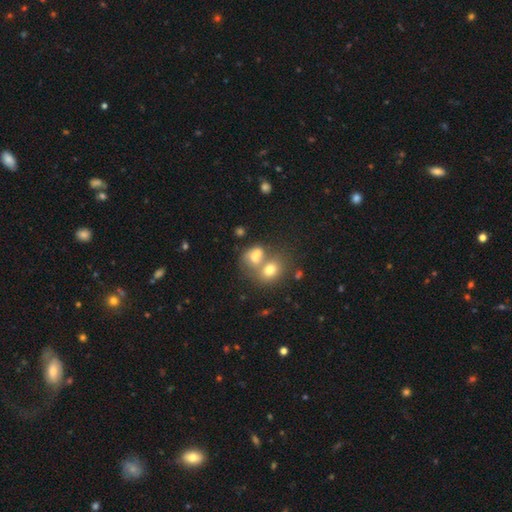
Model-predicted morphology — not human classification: Smooth or featured: smooth — 67% (featured or disk — 21%)
How rounded: in between — 64% (round — 35%)
Merging: merger — 61% (none — 24%)